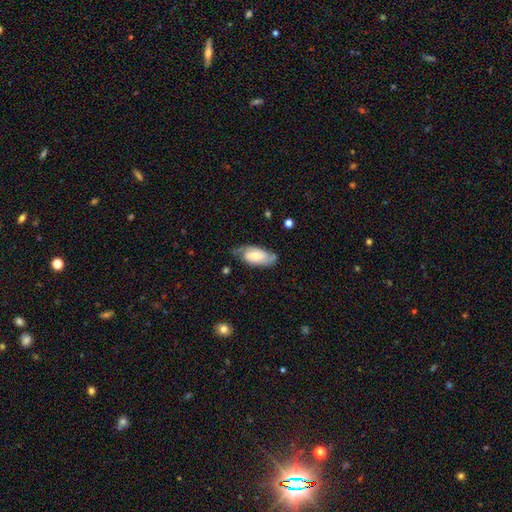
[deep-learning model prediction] This appears to be a featured or disk galaxy (58%) with no bar (60%), spiral arms (88%) and a moderate central bulge (44%). Merging: none (62%).